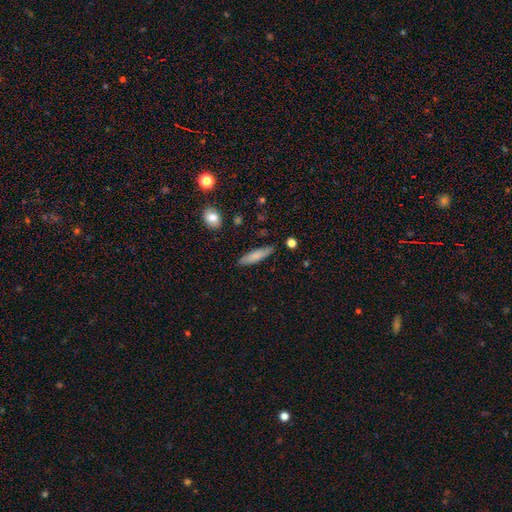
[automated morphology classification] Smooth or featured? smooth (79%)
How rounded? cigar-shaped (68%)
Merging? none (84%)